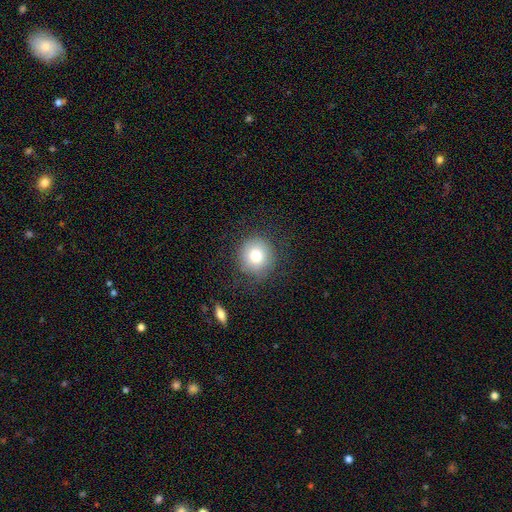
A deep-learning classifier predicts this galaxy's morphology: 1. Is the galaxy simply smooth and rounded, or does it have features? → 80% smooth, 11% featured or disk, 9% star or artifact.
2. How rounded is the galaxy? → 92% round, 7% in between, 1% cigar-shaped.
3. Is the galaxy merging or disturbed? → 80% none, 13% minor disturbance, 5% major disturbance, 2% merger.